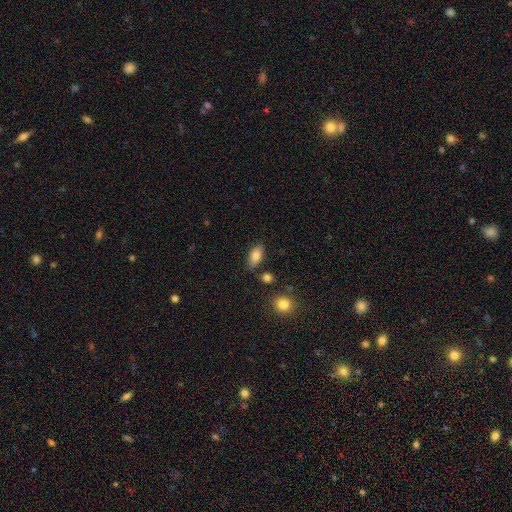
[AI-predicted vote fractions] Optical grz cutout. It shows a smooth galaxy with no disk features (82%) that is in between round and cigar-shaped (90%). Merging: none (81%).